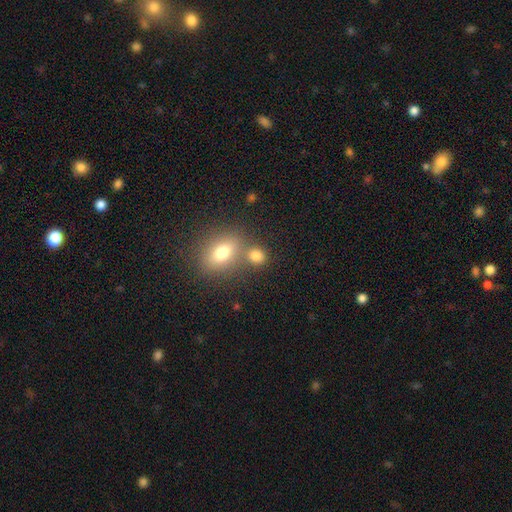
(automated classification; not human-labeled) smooth 80%, star or artifact 13%, featured or disk 8%. Down the decision tree: how rounded — round (64%); merging — none (60%).